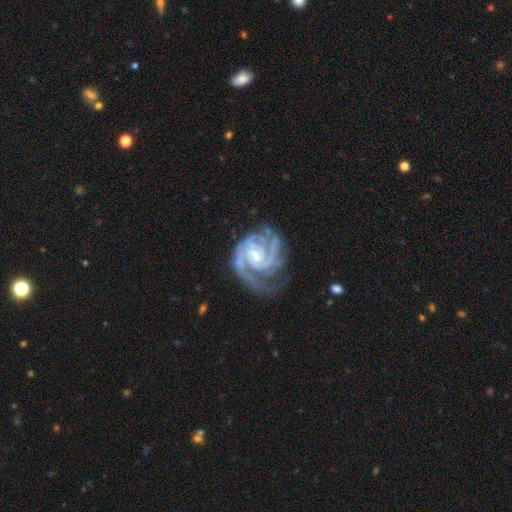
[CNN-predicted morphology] Q: Smooth or featured?
A: featured or disk (93%); runner-up: star or artifact (4%)
Q: Edge-on disk?
A: no (98%); runner-up: yes (2%)
Q: Bar?
A: no (45%); runner-up: weak (42%)
Q: Spiral arms?
A: yes (98%); runner-up: no (2%)
Q: Spiral winding?
A: tight (66%); runner-up: medium (30%)
Q: Spiral arm count?
A: 2 (41%); runner-up: 3 (31%)
Q: Bulge size?
A: small (58%); runner-up: moderate (35%)
Q: Merging?
A: none (61%); runner-up: minor disturbance (23%)